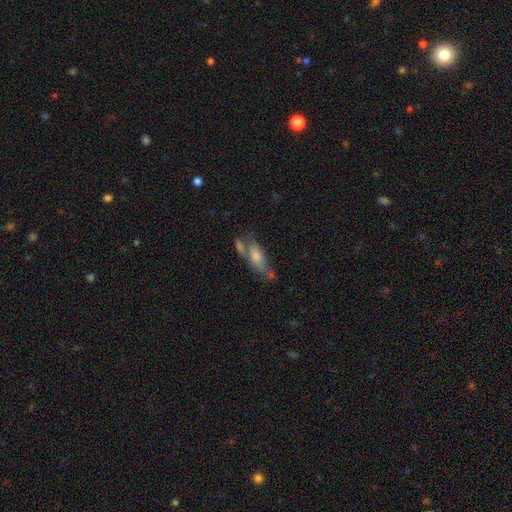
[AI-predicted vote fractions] This is possibly a smooth galaxy (53%). How rounded: likely in between (65%). Merging: marginally none (39%).